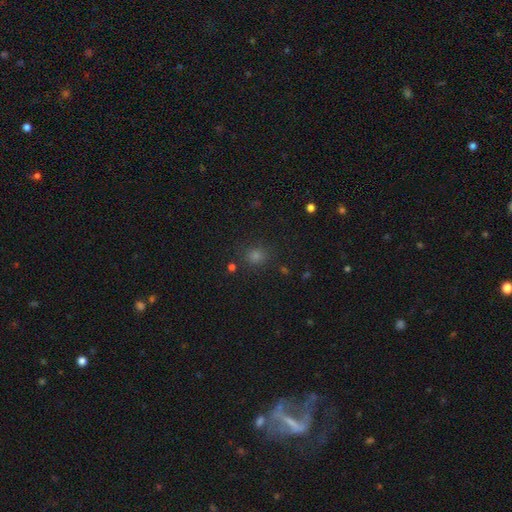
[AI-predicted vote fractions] A smooth galaxy with no disk features (68%) that is round (76%).

Vote fractions:
- Smooth or featured? smooth: 68% / star or artifact: 27% / featured or disk: 6%
- How rounded? round: 76% / in between: 23% / cigar-shaped: 1%
- Merging? none: 85% / minor disturbance: 8% / merger: 3% / major disturbance: 3%